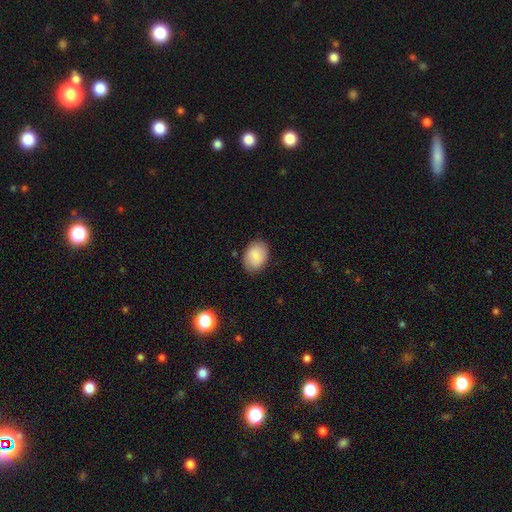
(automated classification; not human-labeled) This is clearly a smooth galaxy (85%). How rounded: likely in between (76%). Merging: clearly none (85%).